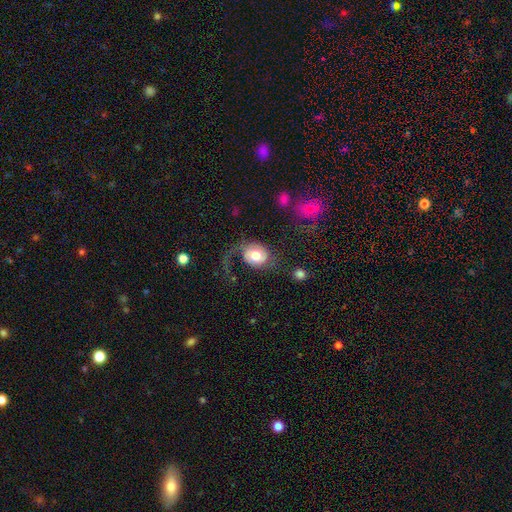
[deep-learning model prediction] A smooth galaxy with no disk features (47%). Merging: major disturbance (43%).